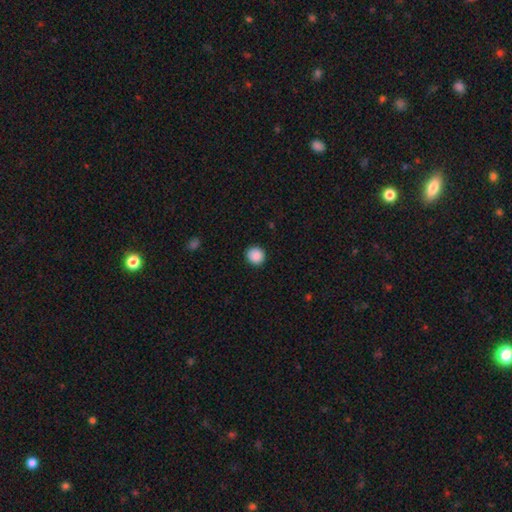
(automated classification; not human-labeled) smooth_or_featured: smooth (p=0.88) [alt: star or artifact p=0.09]
how_rounded: round (p=0.91) [alt: in between p=0.08]
merging: none (p=0.90) [alt: minor disturbance p=0.07]